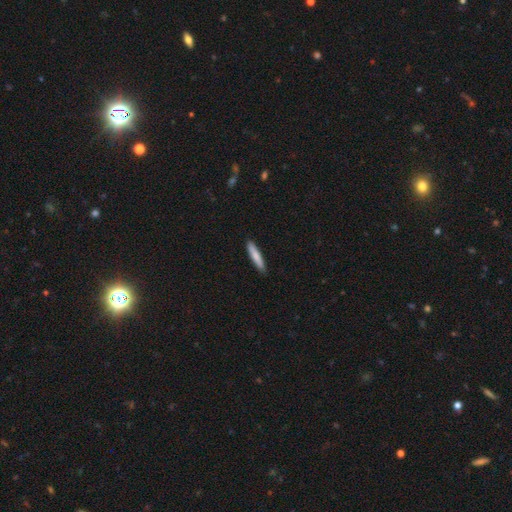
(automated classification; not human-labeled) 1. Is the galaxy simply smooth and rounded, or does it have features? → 78% smooth, 17% featured or disk, 5% star or artifact.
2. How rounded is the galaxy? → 91% cigar-shaped, 8% in between, 1% round.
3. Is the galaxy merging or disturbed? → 91% none, 7% minor disturbance, 1% major disturbance, 1% merger.